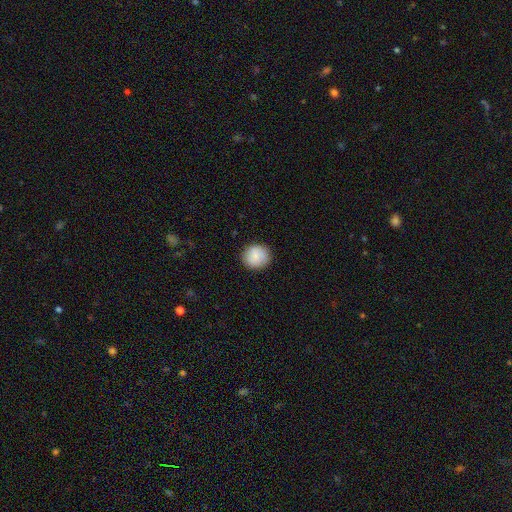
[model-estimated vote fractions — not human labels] This appears to be a smooth galaxy with no disk features (86%) that is round (89%). Merging: none (89%).